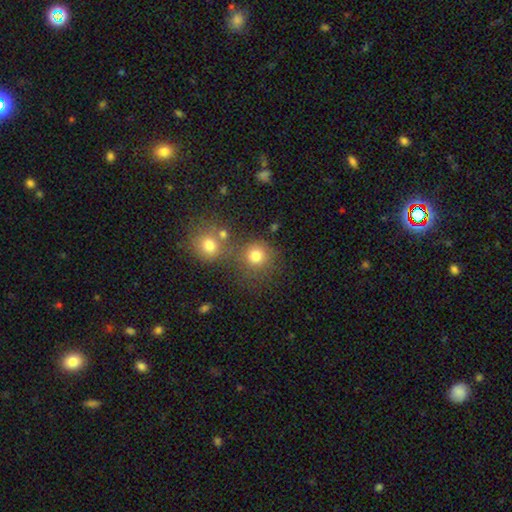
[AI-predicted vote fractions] Smooth or featured? smooth (79%)
How rounded? round (90%)
Merging? none (64%)